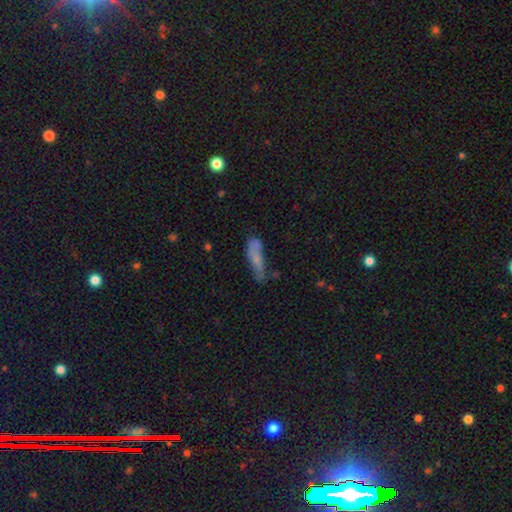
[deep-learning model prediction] smooth-or-featured: smooth: 60% | featured or disk: 29% | star or artifact: 10%
  how-rounded: cigar-shaped: 67% | in between: 31% | round: 3%
  merging: none: 47% | minor disturbance: 28% | major disturbance: 14% | merger: 10%